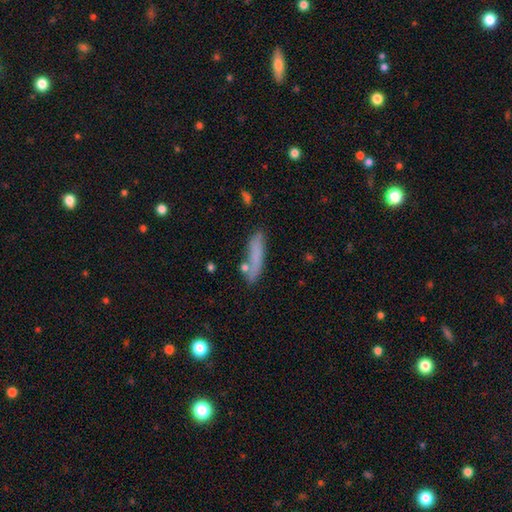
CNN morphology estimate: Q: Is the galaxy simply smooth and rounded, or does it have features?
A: smooth — 75%.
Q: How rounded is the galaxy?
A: cigar-shaped — 80%.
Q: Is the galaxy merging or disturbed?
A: none — 73%.